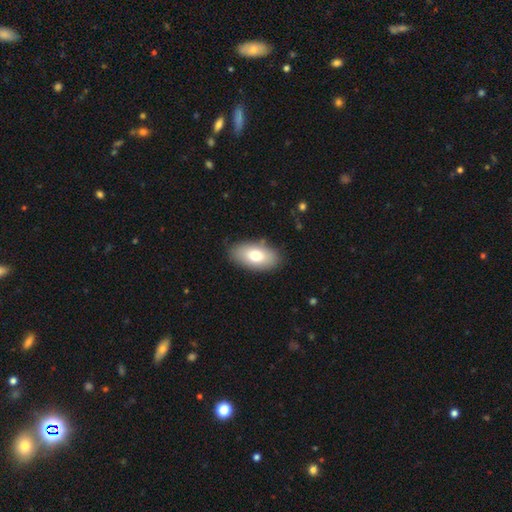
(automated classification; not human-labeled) A smooth galaxy with no disk features (75%) that is in between round and cigar-shaped (93%).

Vote fractions:
- Smooth or featured? smooth: 75% / featured or disk: 18% / star or artifact: 7%
- How rounded? in between: 93% / round: 4% / cigar-shaped: 3%
- Merging? none: 85% / minor disturbance: 11% / major disturbance: 3% / merger: 1%